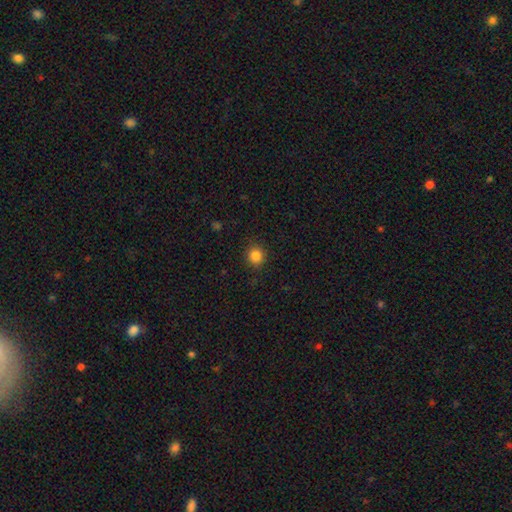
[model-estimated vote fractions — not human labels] Smooth or featured? smooth (85%)
How rounded? round (92%)
Merging? none (90%)